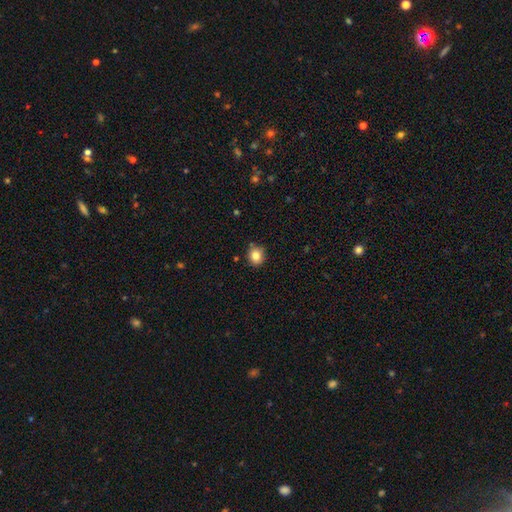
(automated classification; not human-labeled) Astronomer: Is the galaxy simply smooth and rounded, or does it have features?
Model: smooth — 84%.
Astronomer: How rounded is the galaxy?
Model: round — 81%.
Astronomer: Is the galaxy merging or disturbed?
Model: none — 84%.